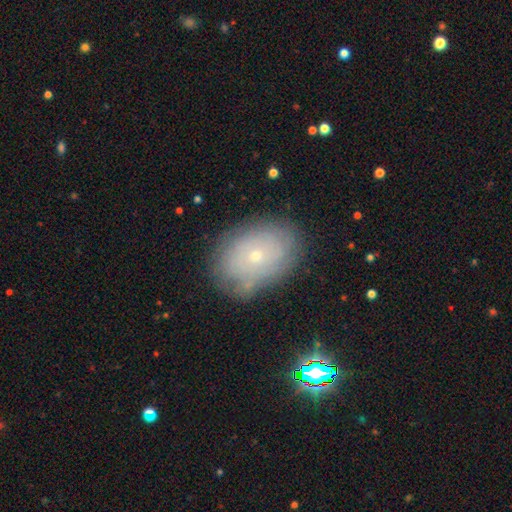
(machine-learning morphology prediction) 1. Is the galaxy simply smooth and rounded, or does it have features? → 46% smooth, 42% featured or disk, 12% star or artifact.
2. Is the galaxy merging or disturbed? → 75% none, 17% minor disturbance, 5% major disturbance, 2% merger.